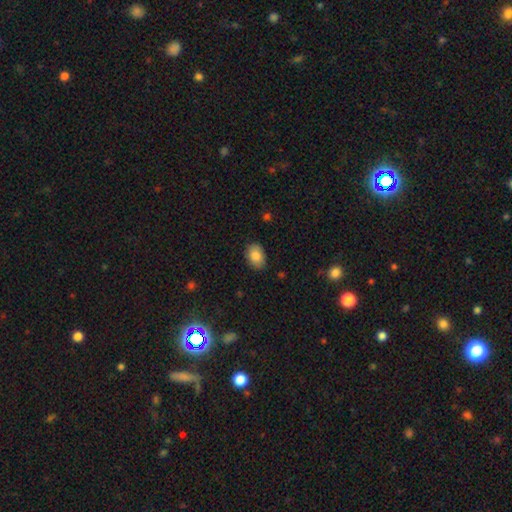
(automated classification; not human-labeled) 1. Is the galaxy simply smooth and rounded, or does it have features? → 87% smooth, 7% star or artifact, 6% featured or disk.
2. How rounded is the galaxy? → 81% in between, 18% round, 1% cigar-shaped.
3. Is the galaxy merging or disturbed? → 82% none, 14% minor disturbance, 3% major disturbance, 1% merger.